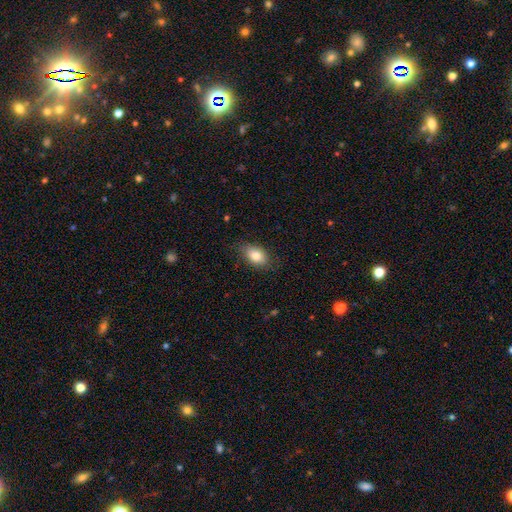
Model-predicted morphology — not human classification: This appears to be a smooth galaxy with no disk features (82%) that is in between round and cigar-shaped (86%). Merging: none (80%).